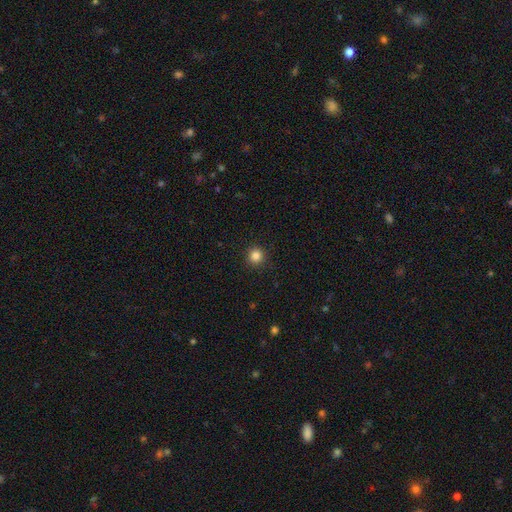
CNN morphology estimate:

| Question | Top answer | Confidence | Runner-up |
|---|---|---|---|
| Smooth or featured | smooth | 85% | star or artifact (12%) |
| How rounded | round | 95% | in between (4%) |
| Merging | none | 92% | minor disturbance (5%) |